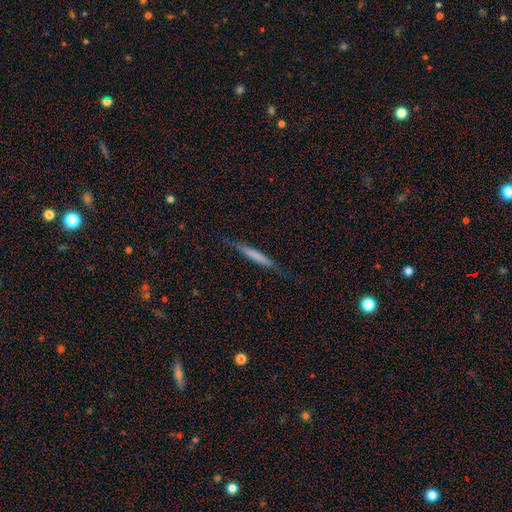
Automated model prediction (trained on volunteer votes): Smooth or featured: smooth — 61% (featured or disk — 33%)
How rounded: cigar-shaped — 95% (in between — 3%)
Merging: none — 82% (minor disturbance — 14%)